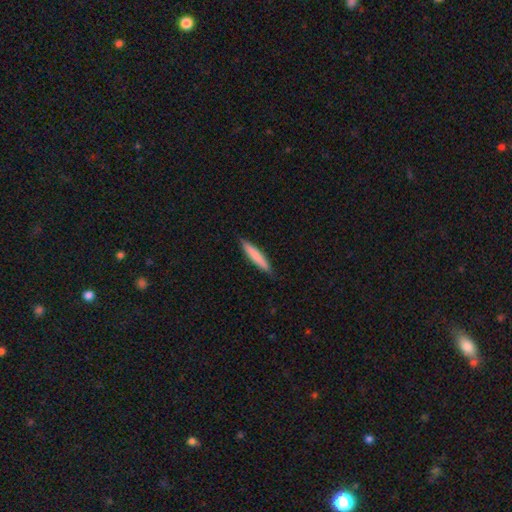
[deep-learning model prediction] Smooth or featured?
  - smooth: 77% *
  - featured or disk: 18%
  - star or artifact: 5%
How rounded?
  - cigar-shaped: 92% *
  - in between: 7%
  - round: 1%
Merging?
  - none: 88% *
  - minor disturbance: 9%
  - major disturbance: 2%
  - merger: 1%